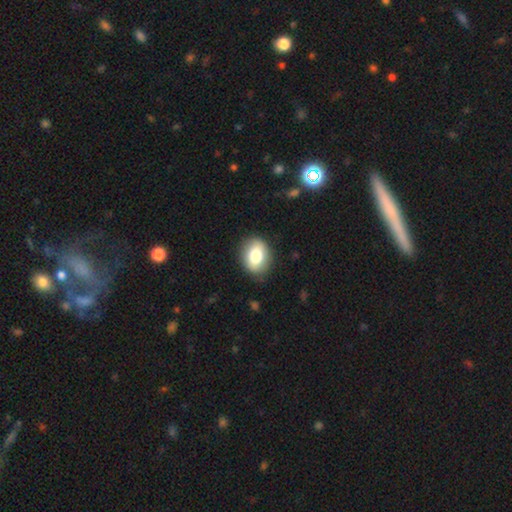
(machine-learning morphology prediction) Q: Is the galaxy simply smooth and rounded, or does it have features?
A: smooth — 78%.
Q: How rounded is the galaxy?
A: in between — 59%.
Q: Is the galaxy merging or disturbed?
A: none — 86%.